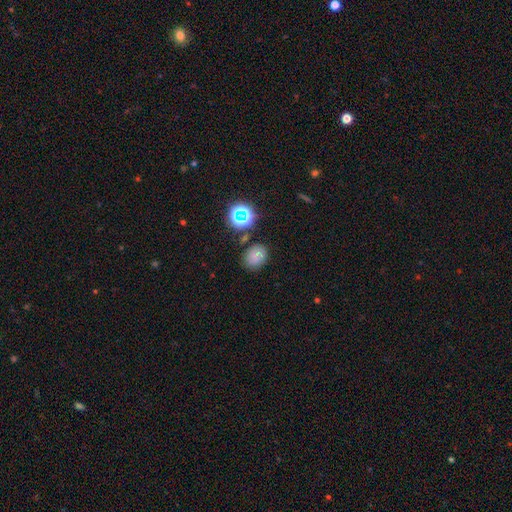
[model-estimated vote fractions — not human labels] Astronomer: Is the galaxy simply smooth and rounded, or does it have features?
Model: smooth — 66%.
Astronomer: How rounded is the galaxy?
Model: round — 54% (runner-up: in between, 45%).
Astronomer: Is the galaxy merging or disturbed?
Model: none — 76%.